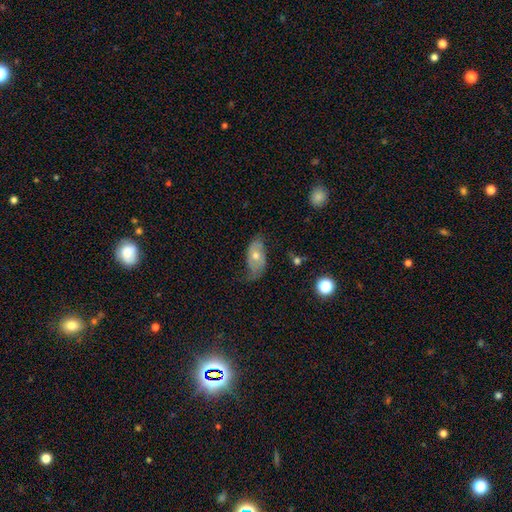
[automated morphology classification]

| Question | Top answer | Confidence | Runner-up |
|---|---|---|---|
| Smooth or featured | featured or disk | 50% | smooth (41%) |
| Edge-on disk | no | 88% | yes (12%) |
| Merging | none | 51% | minor disturbance (32%) |